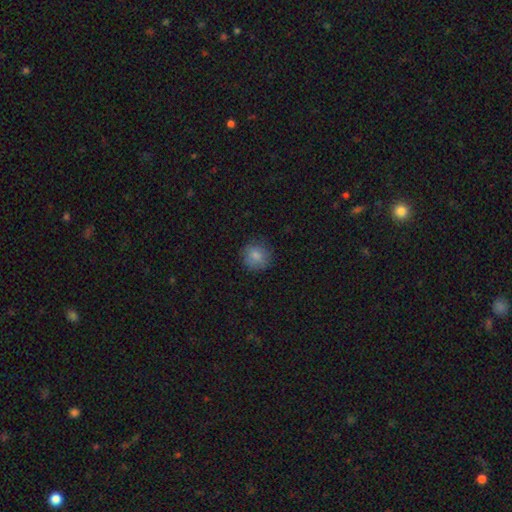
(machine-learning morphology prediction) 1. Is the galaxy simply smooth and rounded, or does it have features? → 84% smooth, 9% star or artifact, 7% featured or disk.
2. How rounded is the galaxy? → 90% round, 9% in between, 1% cigar-shaped.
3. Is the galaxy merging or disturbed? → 83% none, 12% minor disturbance, 3% major disturbance, 1% merger.